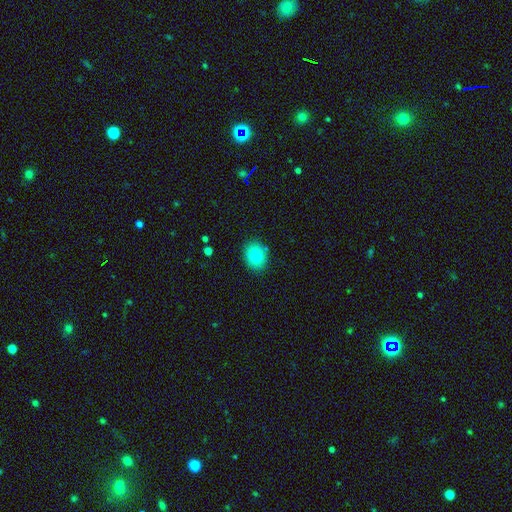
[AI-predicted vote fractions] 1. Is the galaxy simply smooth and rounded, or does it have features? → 82% smooth, 9% featured or disk, 9% star or artifact.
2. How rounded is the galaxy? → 53% in between, 46% round, 1% cigar-shaped.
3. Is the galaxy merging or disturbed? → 87% none, 9% minor disturbance, 2% major disturbance, 1% merger.